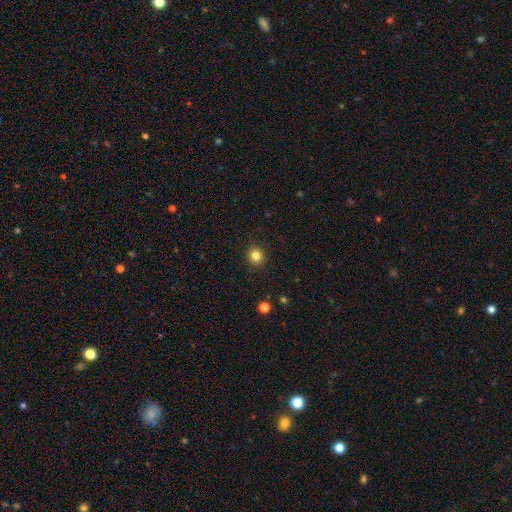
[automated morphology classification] type=smooth (83%); roundness=round (90%); merging=none (91%).